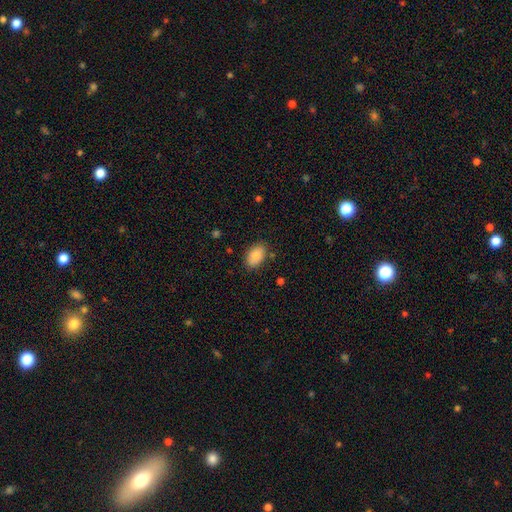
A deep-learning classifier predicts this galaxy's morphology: A smooth galaxy with no disk features (87%) that is in between round and cigar-shaped (91%).

Vote fractions:
- Smooth or featured? smooth: 87% / star or artifact: 7% / featured or disk: 6%
- How rounded? in between: 91% / round: 7% / cigar-shaped: 1%
- Merging? none: 83% / minor disturbance: 12% / major disturbance: 3% / merger: 2%